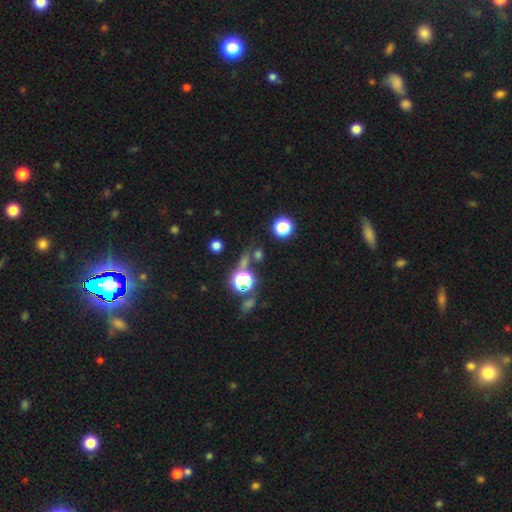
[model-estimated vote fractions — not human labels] Overall: star or artifact (57%; smooth 34%).